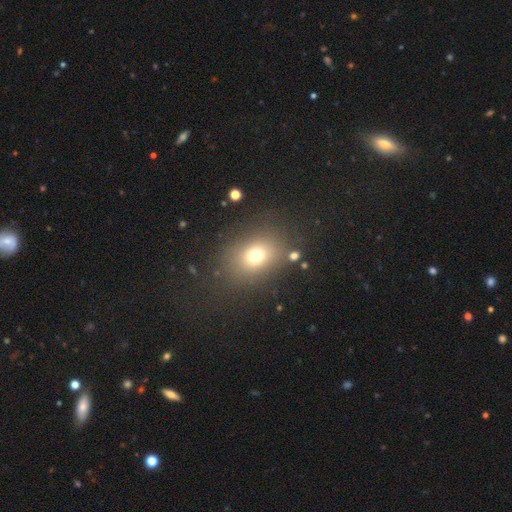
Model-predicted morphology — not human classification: Smooth or featured? smooth (71%)
How rounded? in between (50%)
Merging? none (78%)